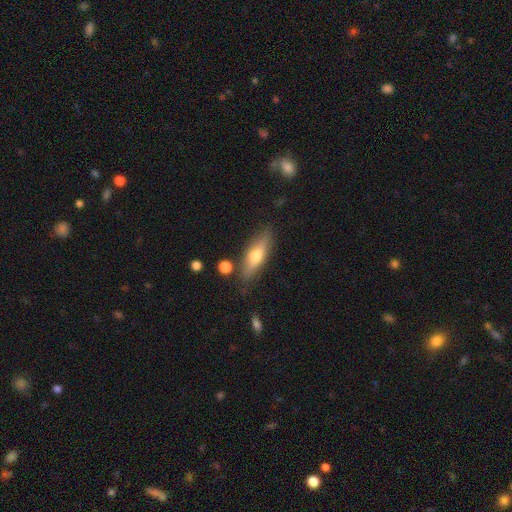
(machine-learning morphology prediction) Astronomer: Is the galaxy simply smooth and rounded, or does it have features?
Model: featured or disk — 47% (runner-up: smooth, 46%).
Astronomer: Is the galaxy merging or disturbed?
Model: none — 81%.